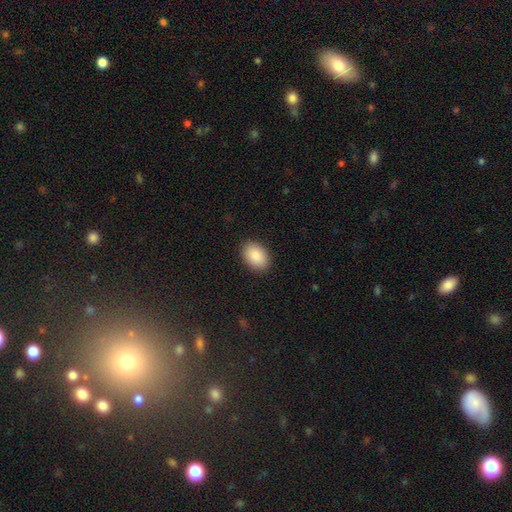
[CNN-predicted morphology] Overall: smooth (88%). How rounded: in between (88%). Merging: none (90%).